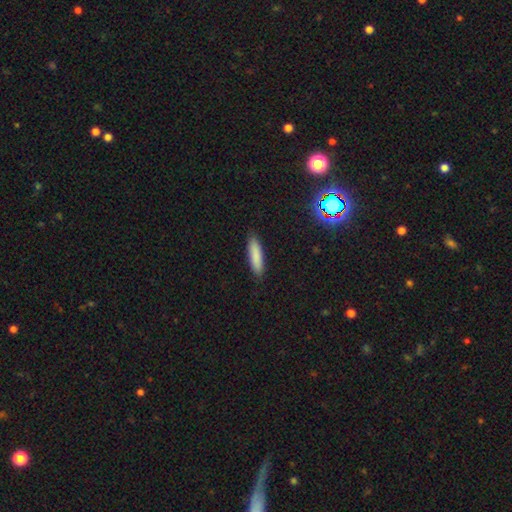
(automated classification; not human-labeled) The model was most divided on "how rounded": cigar-shaped: 71%, in between: 28%, round: 1%. More confident: merging — none (88%); smooth or featured — smooth (86%).